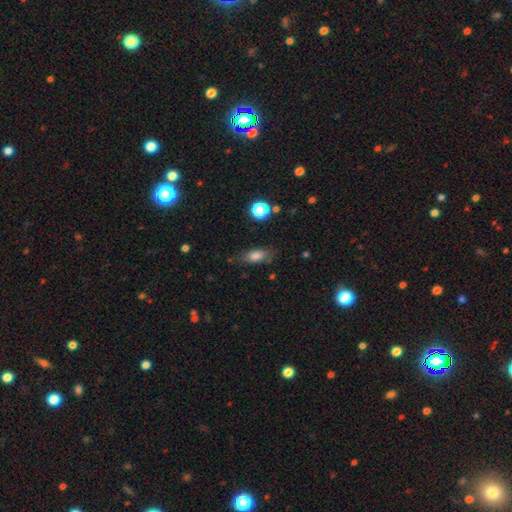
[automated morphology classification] type=smooth (77%); roundness=in between (78%); merging=none (73%).